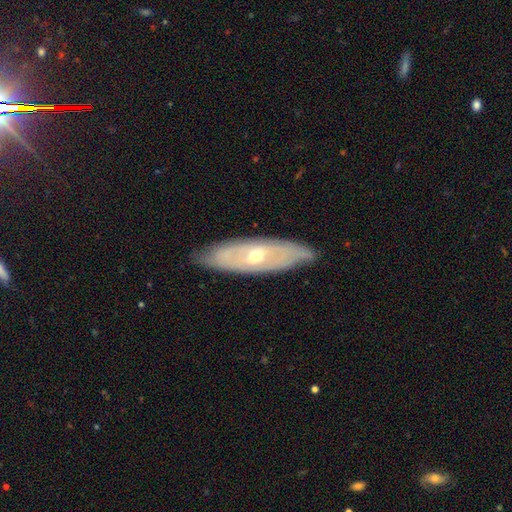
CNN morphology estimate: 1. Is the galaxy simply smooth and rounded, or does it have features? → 67% featured or disk, 26% smooth, 7% star or artifact.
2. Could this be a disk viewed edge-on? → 66% no, 34% yes.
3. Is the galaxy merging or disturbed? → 84% none, 12% minor disturbance, 3% major disturbance, 1% merger.